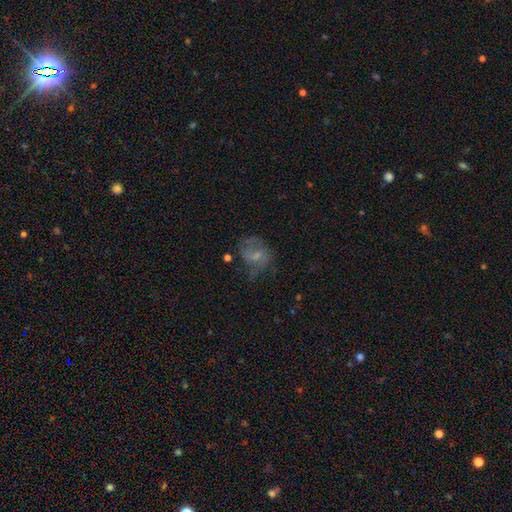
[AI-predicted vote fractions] Smooth or featured? featured or disk (52%)
Edge-on disk? no (97%)
Bar? no (48%)
Spiral arms? yes (66%)
Bulge size? small (47%)
Merging? none (45%)